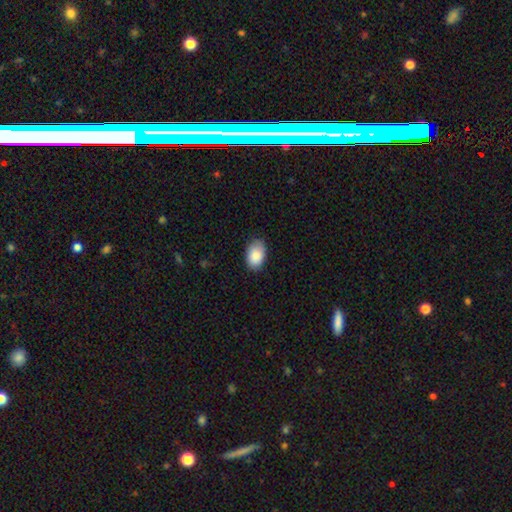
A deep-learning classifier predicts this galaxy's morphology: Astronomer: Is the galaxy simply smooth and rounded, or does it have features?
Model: smooth — 88%.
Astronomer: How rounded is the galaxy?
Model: in between — 89%.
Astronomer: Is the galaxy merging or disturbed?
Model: none — 83%.